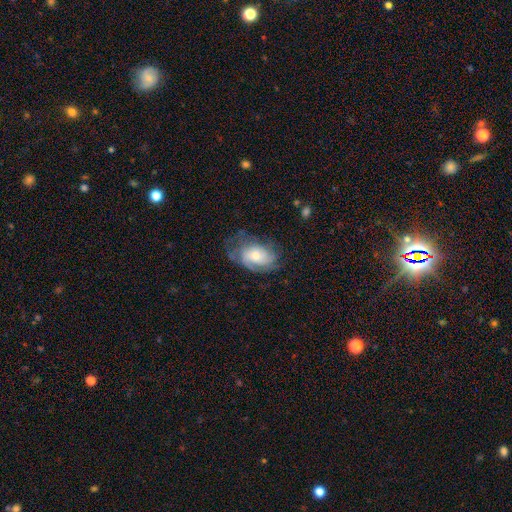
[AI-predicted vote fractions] Smooth or featured?
  - featured or disk: 63% *
  - smooth: 29%
  - star or artifact: 8%
Edge-on disk?
  - no: 95% *
  - yes: 5%
Bar?
  - no: 78% *
  - weak: 19%
  - strong: 4%
Spiral arms?
  - yes: 82% *
  - no: 18%
Bulge size?
  - moderate: 48% *
  - small: 44%
  - large: 5%
  - none: 1%
  - dominant: 1%
Merging?
  - none: 57% *
  - minor disturbance: 25%
  - major disturbance: 17%
  - merger: 1%